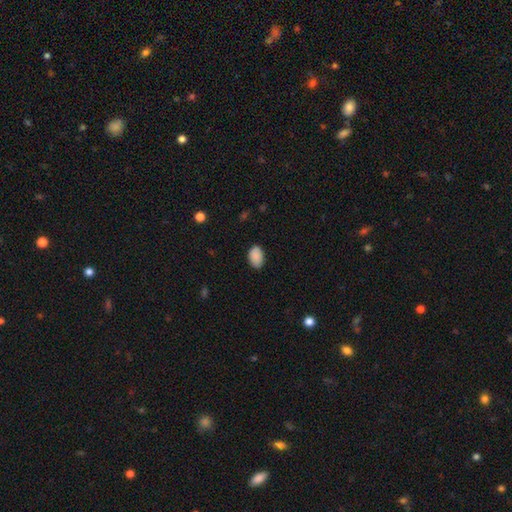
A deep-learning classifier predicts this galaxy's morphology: Overall: smooth (90%). How rounded: in between (89%). Merging: none (82%).